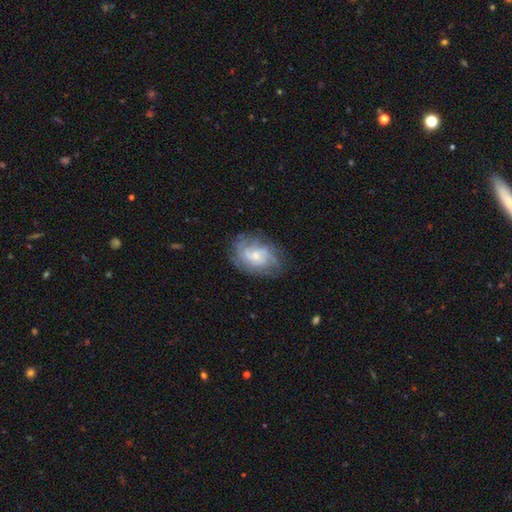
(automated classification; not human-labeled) featured or disk 73%, smooth 20%, star or artifact 8%. Down the decision tree: edge-on disk — no (97%); bar — no (63%); spiral arms — yes (89%); spiral arm count — can't tell (44%); spiral winding — tight (47%); bulge size — small (61%); merging — none (71%).